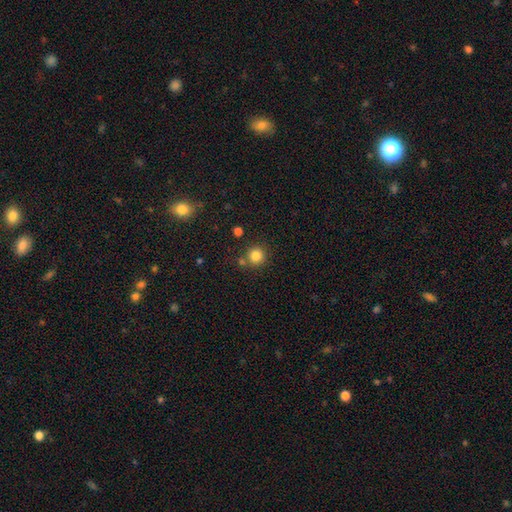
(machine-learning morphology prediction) A smooth galaxy with no disk features (83%) that is round (93%).

Vote fractions:
- Smooth or featured? smooth: 83% / star or artifact: 12% / featured or disk: 5%
- How rounded? round: 93% / in between: 6% / cigar-shaped: 1%
- Merging? none: 77% / merger: 12% / minor disturbance: 9% / major disturbance: 3%